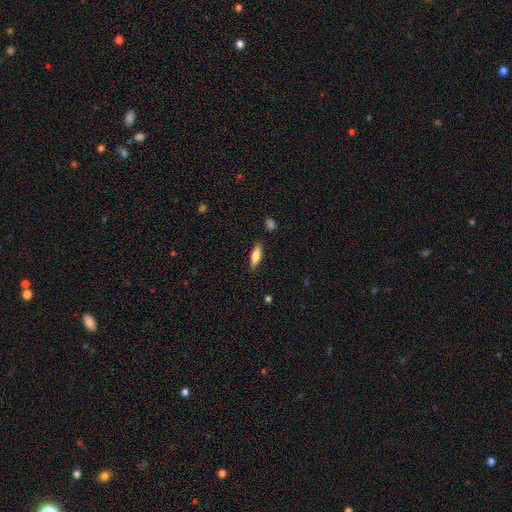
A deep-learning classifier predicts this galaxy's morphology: The model was most divided on "how rounded": in between: 59%, cigar-shaped: 39%, round: 2%. More confident: merging — none (85%); smooth or featured — smooth (69%).